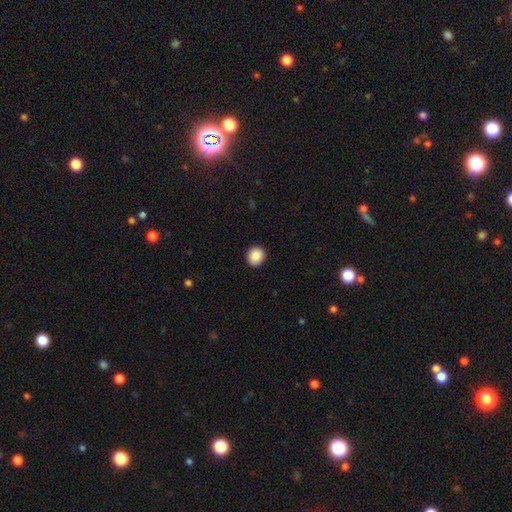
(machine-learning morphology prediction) A smooth galaxy with no disk features (90%) that is round (84%).

Vote fractions:
- Smooth or featured? smooth: 90% / star or artifact: 8% / featured or disk: 2%
- How rounded? round: 84% / in between: 15% / cigar-shaped: 1%
- Merging? none: 92% / minor disturbance: 5% / major disturbance: 2% / merger: 1%